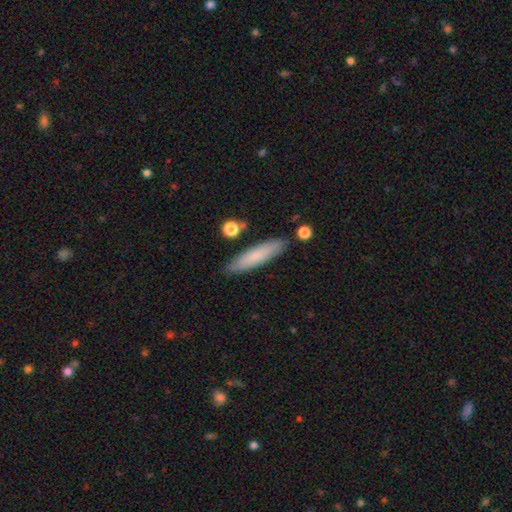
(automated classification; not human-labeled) The model was most divided on "smooth or featured": smooth: 77%, featured or disk: 16%, star or artifact: 7%. More confident: merging — none (86%); how rounded — cigar-shaped (81%).